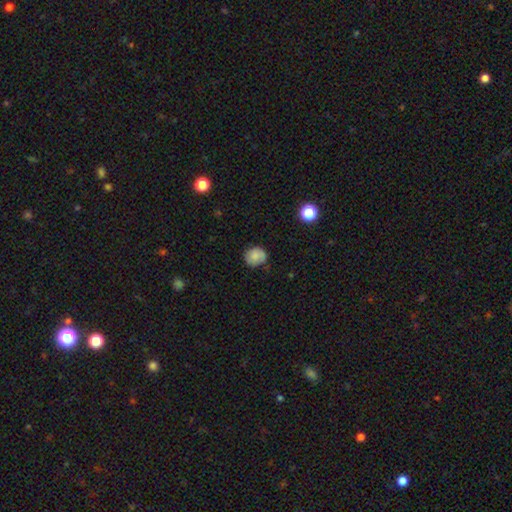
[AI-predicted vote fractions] Overall: smooth (79%). How rounded: round (74%). Merging: none (68%).